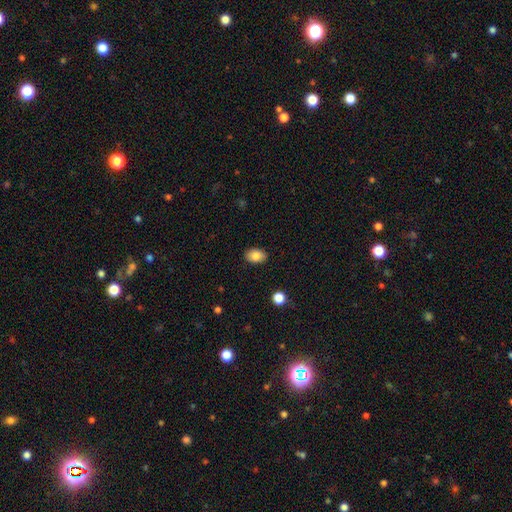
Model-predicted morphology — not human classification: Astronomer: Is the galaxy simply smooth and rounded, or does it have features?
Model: smooth — 84%.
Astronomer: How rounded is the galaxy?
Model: in between — 84%.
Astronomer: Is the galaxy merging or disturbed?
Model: none — 88%.